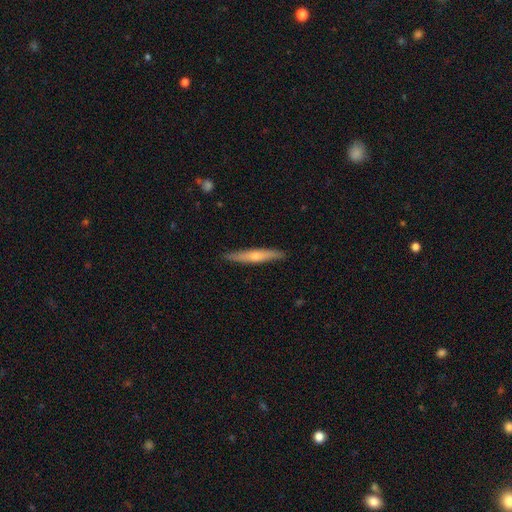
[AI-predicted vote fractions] This appears to be a featured or disk galaxy (58%) viewed edge-on (94%) with a rounded central bulge (81%). Merging: none (89%).